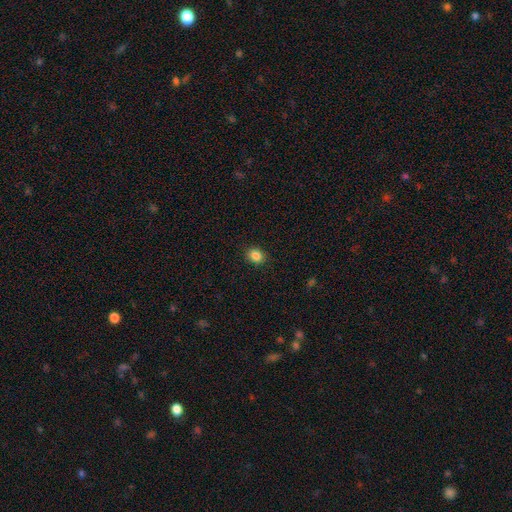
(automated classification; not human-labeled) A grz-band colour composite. It shows a smooth galaxy with no disk features (85%) that is round (65%). Merging: none (91%).